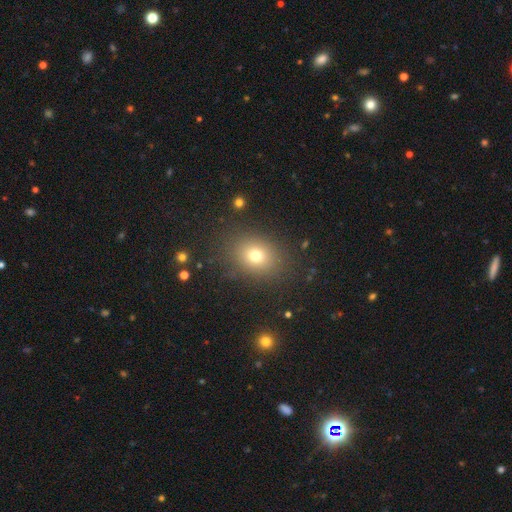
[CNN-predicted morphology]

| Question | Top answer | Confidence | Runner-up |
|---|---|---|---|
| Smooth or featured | smooth | 74% | star or artifact (16%) |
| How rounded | round | 51% | in between (48%) |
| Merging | none | 85% | minor disturbance (9%) |